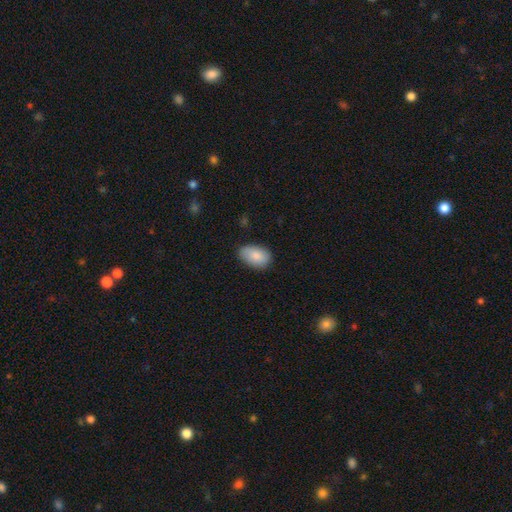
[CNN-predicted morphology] A smooth galaxy with no disk features (86%) that is in between round and cigar-shaped (91%). Merging: none (77%).